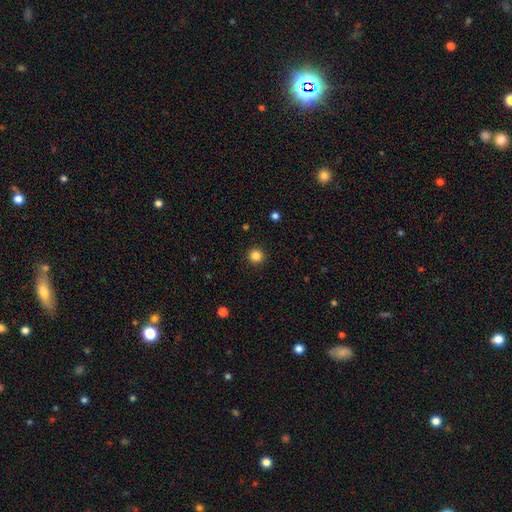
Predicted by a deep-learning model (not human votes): Q: Smooth or featured?
A: smooth (85%); runner-up: star or artifact (12%)
Q: How rounded?
A: round (96%); runner-up: in between (3%)
Q: Merging?
A: none (93%); runner-up: minor disturbance (4%)